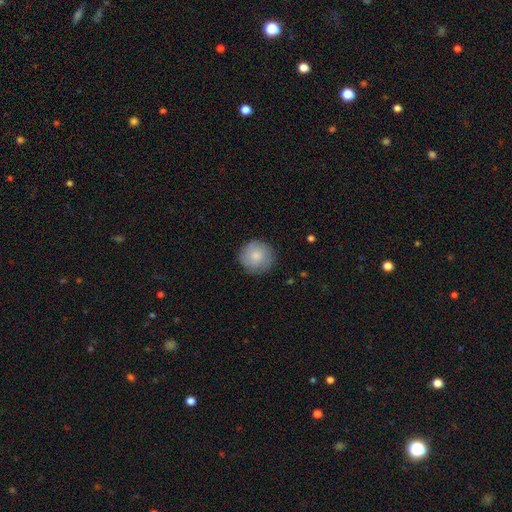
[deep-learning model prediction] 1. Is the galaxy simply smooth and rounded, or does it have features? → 78% smooth, 15% featured or disk, 7% star or artifact.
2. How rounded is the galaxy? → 94% round, 5% in between, 1% cigar-shaped.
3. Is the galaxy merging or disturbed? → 86% none, 10% minor disturbance, 3% major disturbance, 1% merger.